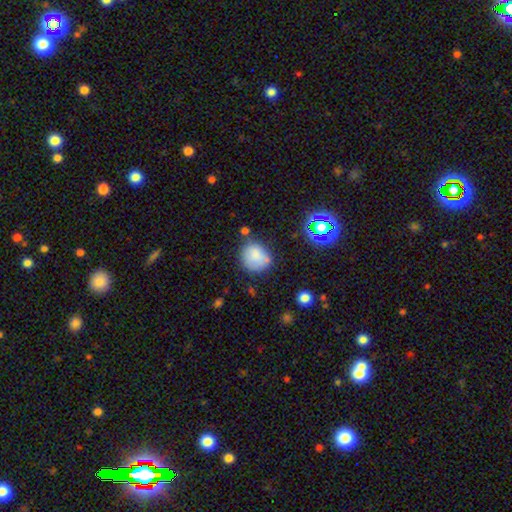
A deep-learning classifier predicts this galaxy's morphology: smooth-or-featured: smooth: 78% | star or artifact: 12% | featured or disk: 10%
  how-rounded: round: 75% | in between: 24% | cigar-shaped: 1%
  merging: none: 60% | minor disturbance: 23% | merger: 9% | major disturbance: 8%